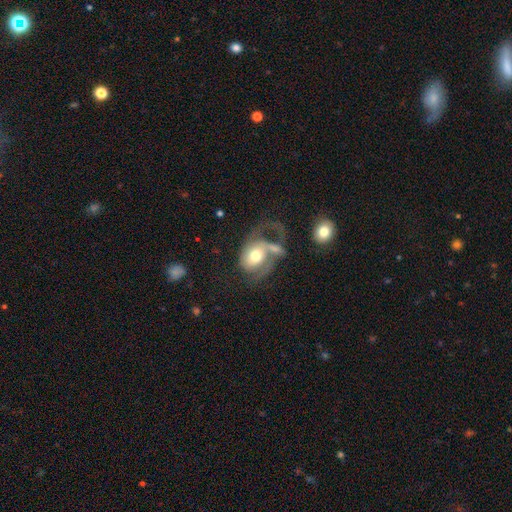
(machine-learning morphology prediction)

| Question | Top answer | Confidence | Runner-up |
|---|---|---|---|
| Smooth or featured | featured or disk | 59% | smooth (34%) |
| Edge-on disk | no | 96% | yes (4%) |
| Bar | no | 68% | weak (24%) |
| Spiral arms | yes | 75% | no (25%) |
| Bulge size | moderate | 67% | small (16%) |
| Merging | major disturbance | 41% | merger (30%) |